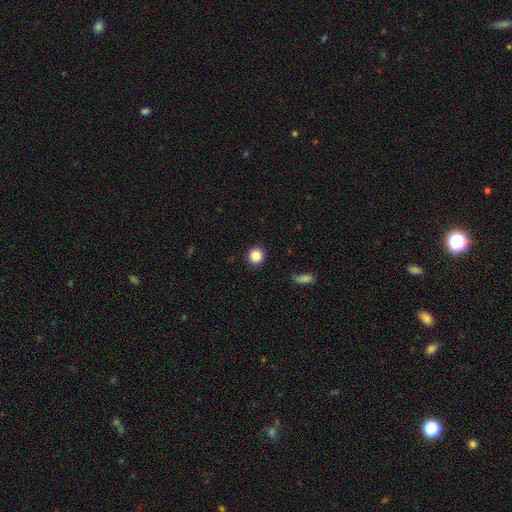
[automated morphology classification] Smooth or featured?
  - smooth: 86% *
  - star or artifact: 10%
  - featured or disk: 4%
How rounded?
  - round: 94% *
  - in between: 5%
  - cigar-shaped: 1%
Merging?
  - none: 91% *
  - minor disturbance: 6%
  - major disturbance: 2%
  - merger: 1%